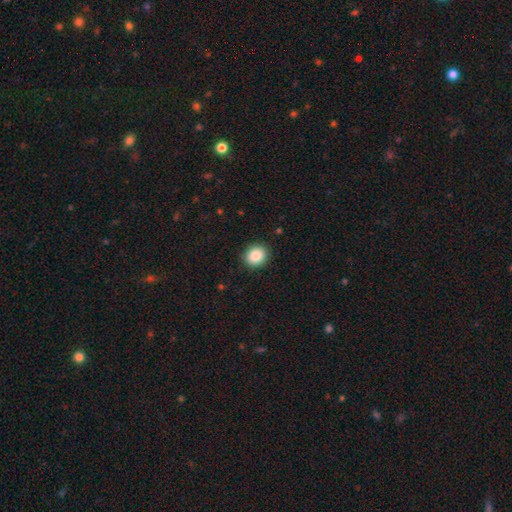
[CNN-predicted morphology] Overall: smooth (87%). How rounded: round (68%; in between 31%). Merging: none (90%).